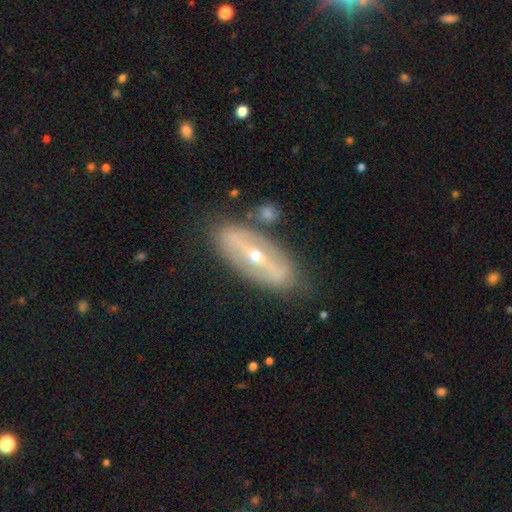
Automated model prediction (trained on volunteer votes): This is likely a featured or disk galaxy (75%). It is likely not viewed edge-on (72%). Bar: likely strong (60%). Spiral arm pattern: likely no (61%). Central bulge: possibly small (52%). Merging: likely none (79%).